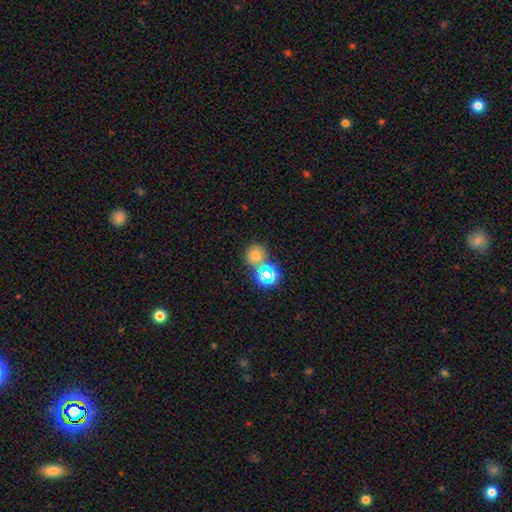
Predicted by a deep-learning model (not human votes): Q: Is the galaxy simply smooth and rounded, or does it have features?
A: smooth — 63%.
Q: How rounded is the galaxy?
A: round — 82%.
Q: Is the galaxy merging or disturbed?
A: none — 59%.